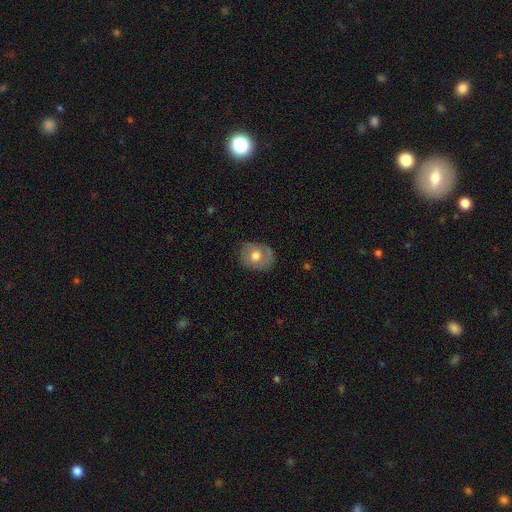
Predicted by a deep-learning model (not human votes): A smooth galaxy with no disk features (58%) that is round (56%).

Vote fractions:
- Smooth or featured? smooth: 58% / featured or disk: 35% / star or artifact: 7%
- How rounded? round: 56% / in between: 43% / cigar-shaped: 1%
- Merging? none: 74% / minor disturbance: 19% / major disturbance: 6% / merger: 1%